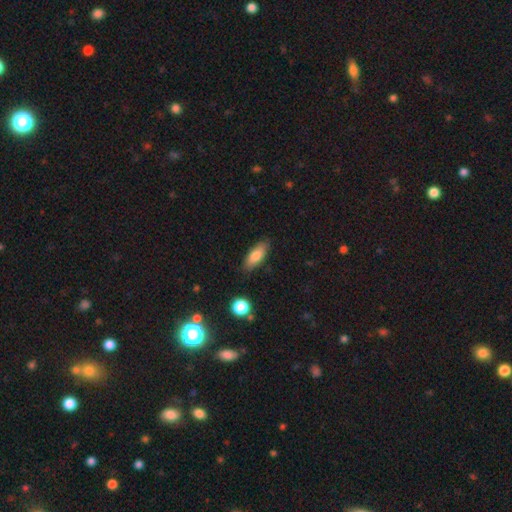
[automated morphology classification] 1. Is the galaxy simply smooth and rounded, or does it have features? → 79% smooth, 14% featured or disk, 7% star or artifact.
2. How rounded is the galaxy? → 71% in between, 27% cigar-shaped, 3% round.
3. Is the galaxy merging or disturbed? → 84% none, 11% minor disturbance, 2% major disturbance, 2% merger.